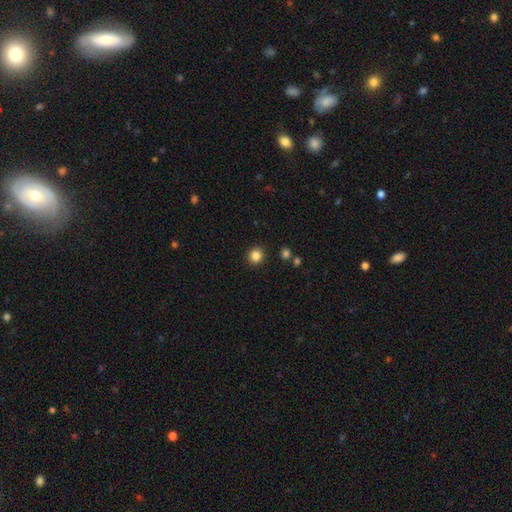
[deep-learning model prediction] Smooth or featured?
  - smooth: 84% *
  - star or artifact: 11%
  - featured or disk: 4%
How rounded?
  - round: 87% *
  - in between: 12%
  - cigar-shaped: 1%
Merging?
  - none: 91% *
  - minor disturbance: 6%
  - merger: 2%
  - major disturbance: 2%